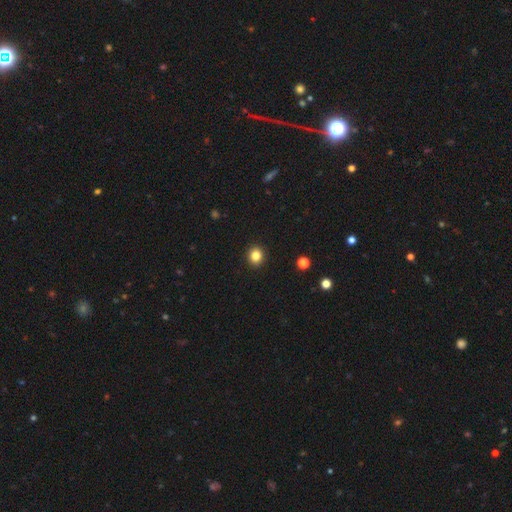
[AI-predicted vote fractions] smooth-or-featured: smooth: 84% | star or artifact: 11% | featured or disk: 5%
  how-rounded: round: 81% | in between: 19% | cigar-shaped: 1%
  merging: none: 92% | minor disturbance: 5% | major disturbance: 2% | merger: 1%